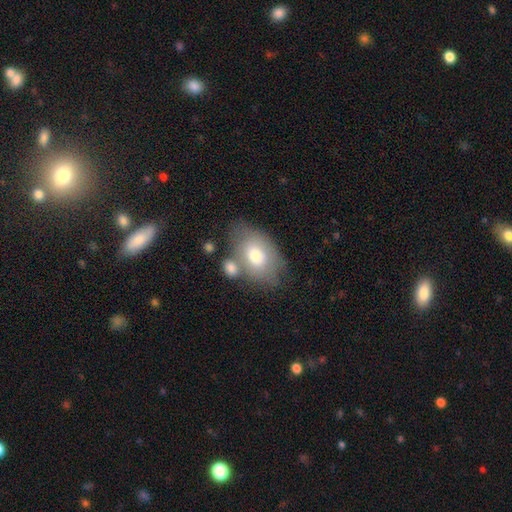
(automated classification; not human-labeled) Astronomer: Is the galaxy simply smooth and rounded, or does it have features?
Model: smooth — 69%.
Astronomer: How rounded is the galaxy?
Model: in between — 85%.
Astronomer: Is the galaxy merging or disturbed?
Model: none — 53%.